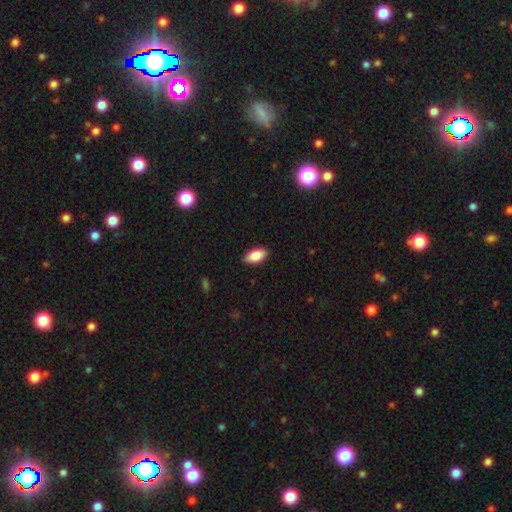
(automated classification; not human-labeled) Smooth or featured? Predicted: smooth (p=0.86). How rounded? Predicted: in between (p=0.92). Merging? Predicted: none (p=0.88).